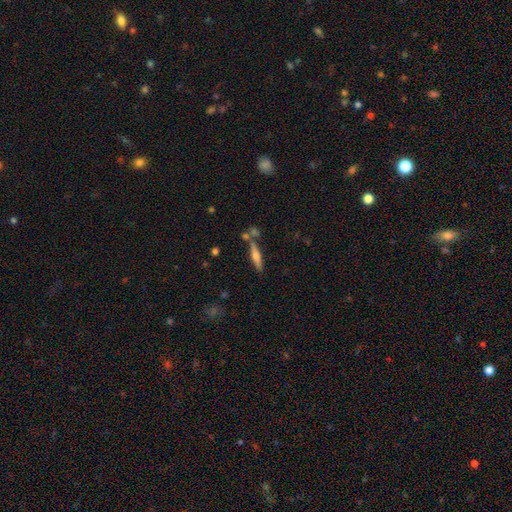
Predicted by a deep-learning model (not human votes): smooth_or_featured: featured or disk (p=0.53) [alt: smooth p=0.39]
disk_edge_on: yes (p=0.95) [alt: no p=0.05]
edge_on_bulge: rounded (p=0.83) [alt: boxy p=0.10]
merging: none (p=0.73) [alt: merger p=0.13]